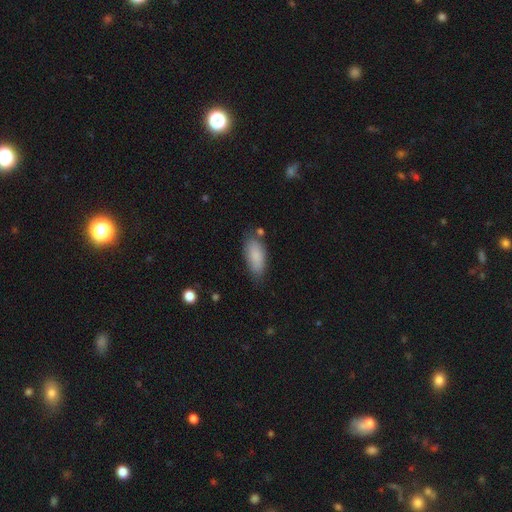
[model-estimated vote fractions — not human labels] A smooth galaxy with no disk features (86%) that is in between round and cigar-shaped (85%). Merging: none (70%).